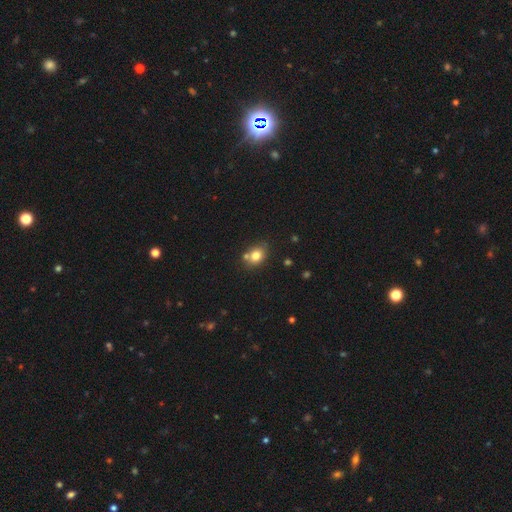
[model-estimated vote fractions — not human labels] The model was most divided on "how rounded": in between: 53%, round: 46%, cigar-shaped: 1%. More confident: smooth or featured — smooth (78%); merging — none (60%).